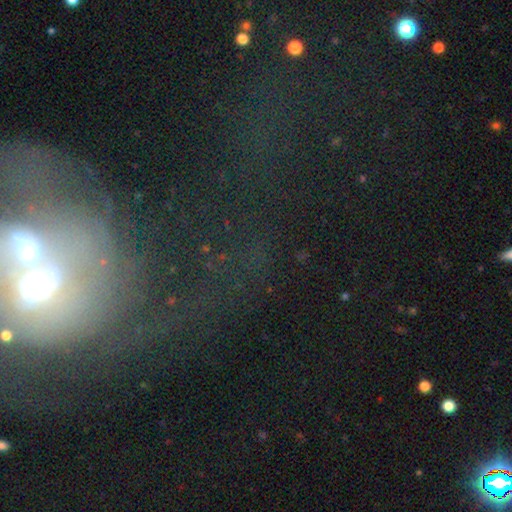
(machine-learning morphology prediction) A star or artifact, not a galaxy (40%).

Vote fractions:
- Smooth or featured? star or artifact: 40% / featured or disk: 32% / smooth: 28%